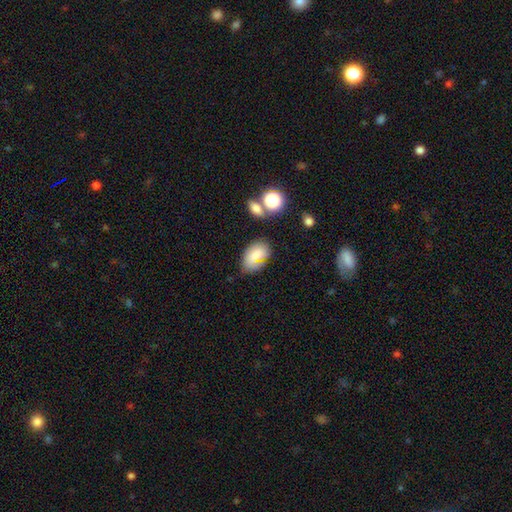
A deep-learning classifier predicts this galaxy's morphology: Overall: smooth (76%). How rounded: in between (87%). Merging: none (58%; minor disturbance 24%).